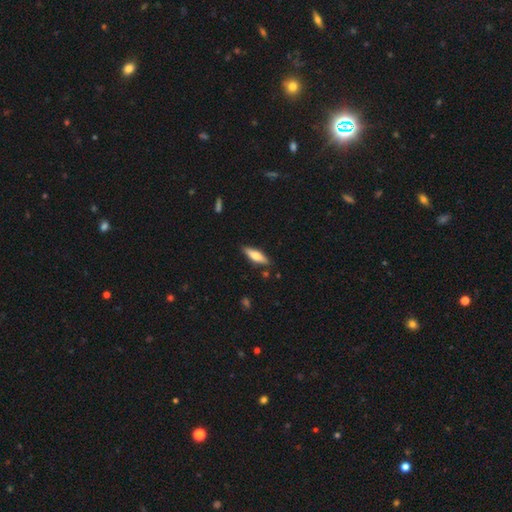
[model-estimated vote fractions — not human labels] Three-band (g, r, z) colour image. It shows a smooth galaxy with no disk features (56%) that is cigar-shaped (57%). Merging: none (86%).